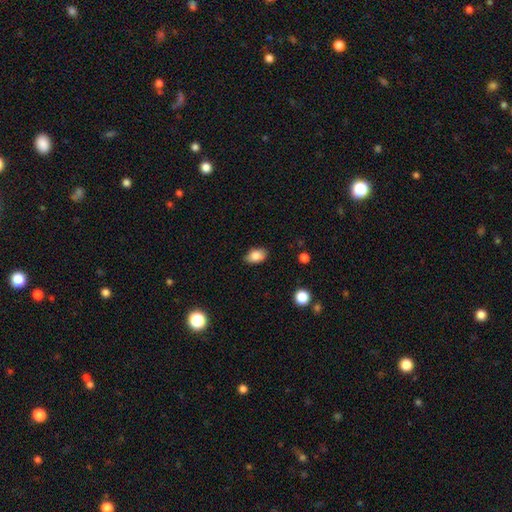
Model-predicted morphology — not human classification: The model was most divided on "merging": none: 83%, minor disturbance: 13%, major disturbance: 3%, merger: 1%. More confident: how rounded — in between (87%); smooth or featured — smooth (84%).